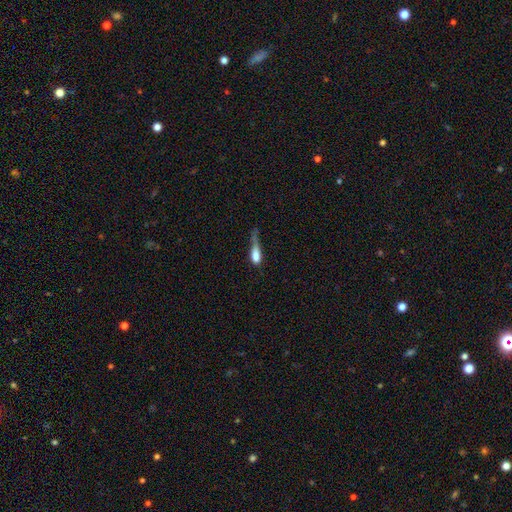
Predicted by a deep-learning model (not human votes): Q: Smooth or featured?
A: smooth (70%); runner-up: featured or disk (21%)
Q: How rounded?
A: in between (56%); runner-up: cigar-shaped (36%)
Q: Merging?
A: major disturbance (42%); runner-up: minor disturbance (29%)